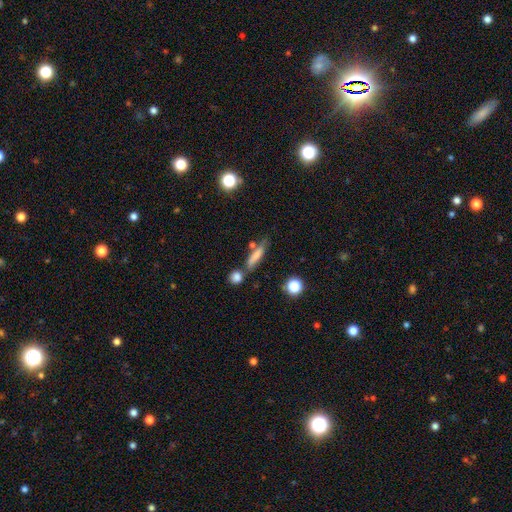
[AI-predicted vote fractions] Smooth or featured: smooth — 70% (featured or disk — 20%)
How rounded: cigar-shaped — 77% (in between — 20%)
Merging: none — 61% (minor disturbance — 17%)